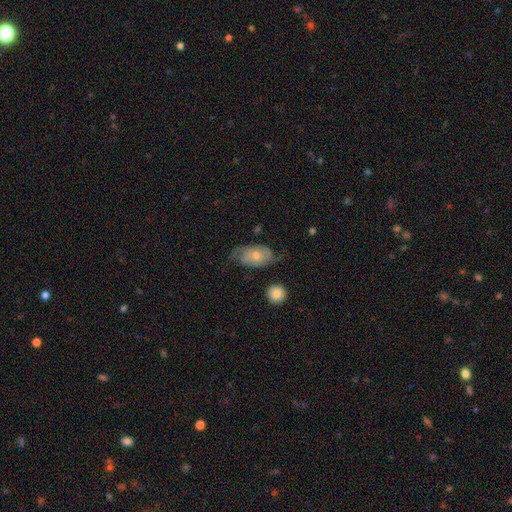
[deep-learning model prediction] smooth-or-featured: featured or disk: 61% | smooth: 32% | star or artifact: 7%
  disk-edge-on: no: 94% | yes: 6%
    bar: no: 72% | weak: 24% | strong: 4%
    has-spiral-arms: yes: 86% | no: 14%
    bulge-size: moderate: 48% | small: 42% | large: 4% | none: 4% | dominant: 1%
  merging: none: 54% | minor disturbance: 26% | major disturbance: 17% | merger: 3%